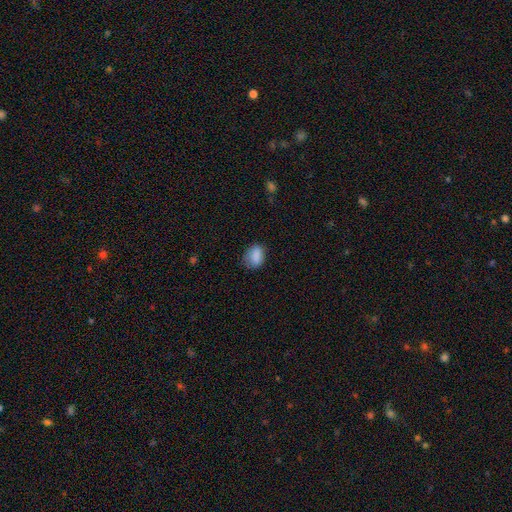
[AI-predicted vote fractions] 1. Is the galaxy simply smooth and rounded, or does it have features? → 86% smooth, 9% star or artifact, 5% featured or disk.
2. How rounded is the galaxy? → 73% in between, 25% round, 2% cigar-shaped.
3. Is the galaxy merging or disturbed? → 71% none, 22% minor disturbance, 5% major disturbance, 1% merger.